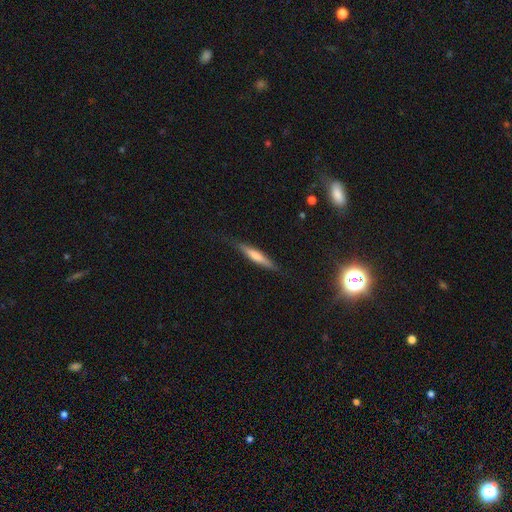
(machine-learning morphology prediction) A smooth galaxy with no disk features (50%) that is cigar-shaped (89%).

Vote fractions:
- Smooth or featured? smooth: 50% / featured or disk: 42% / star or artifact: 8%
- How rounded? cigar-shaped: 89% / in between: 9% / round: 2%
- Merging? none: 78% / minor disturbance: 16% / major disturbance: 4% / merger: 1%